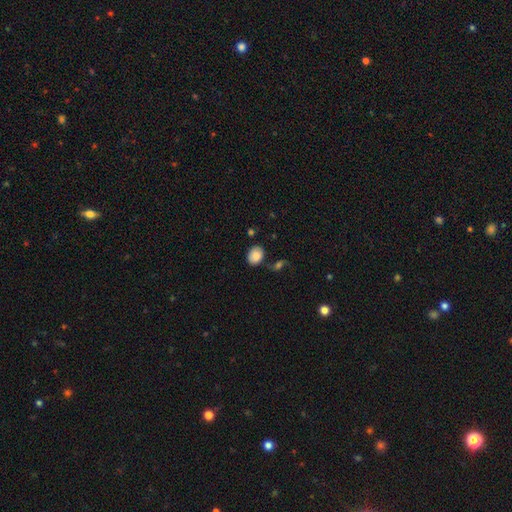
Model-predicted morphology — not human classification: Smooth or featured?
  - smooth: 81% *
  - featured or disk: 11%
  - star or artifact: 8%
How rounded?
  - in between: 66% *
  - round: 33%
  - cigar-shaped: 1%
Merging?
  - none: 69% *
  - minor disturbance: 17%
  - merger: 9%
  - major disturbance: 5%